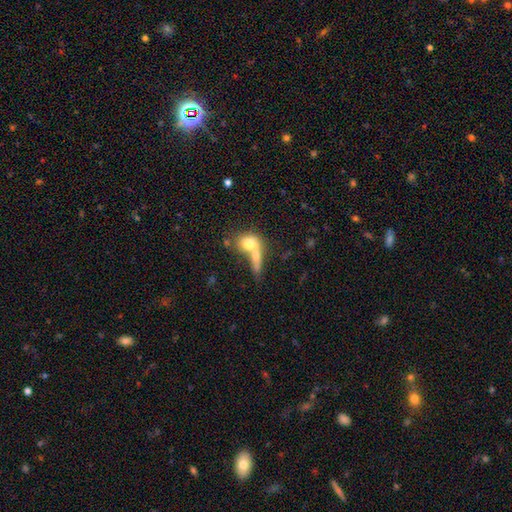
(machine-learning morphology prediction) smooth_or_featured: smooth (p=0.70) [alt: featured or disk p=0.21]
how_rounded: in between (p=0.49) [alt: round p=0.41]
merging: merger (p=0.63) [alt: none p=0.23]